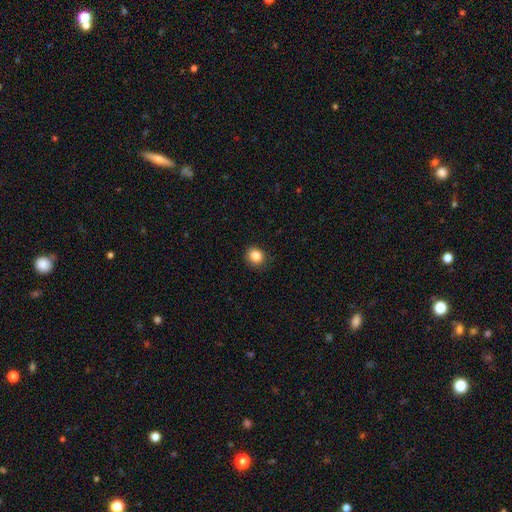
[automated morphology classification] smooth_or_featured: smooth (p=0.86) [alt: star or artifact p=0.10]
how_rounded: round (p=0.78) [alt: in between p=0.21]
merging: none (p=0.86) [alt: minor disturbance p=0.11]